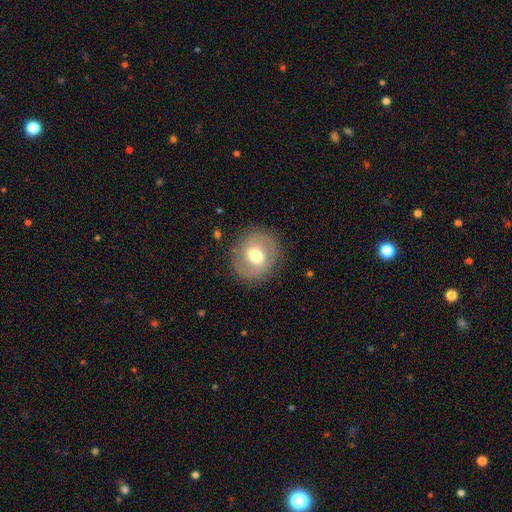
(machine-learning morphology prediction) Q: Smooth or featured?
A: smooth (52%); runner-up: featured or disk (40%)
Q: How rounded?
A: round (83%); runner-up: in between (16%)
Q: Merging?
A: none (84%); runner-up: minor disturbance (10%)